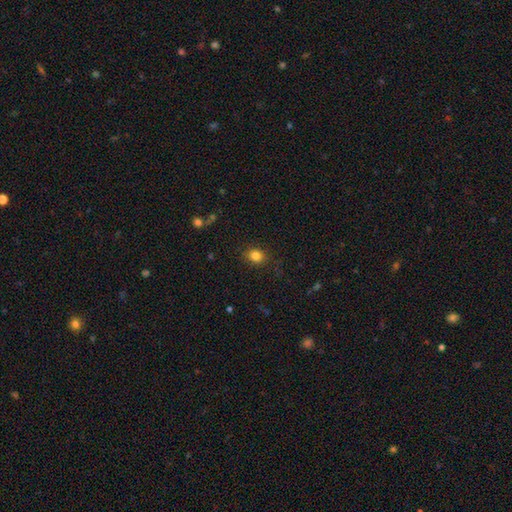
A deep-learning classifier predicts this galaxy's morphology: type=smooth (83%); roundness=round (58%); merging=none (86%).